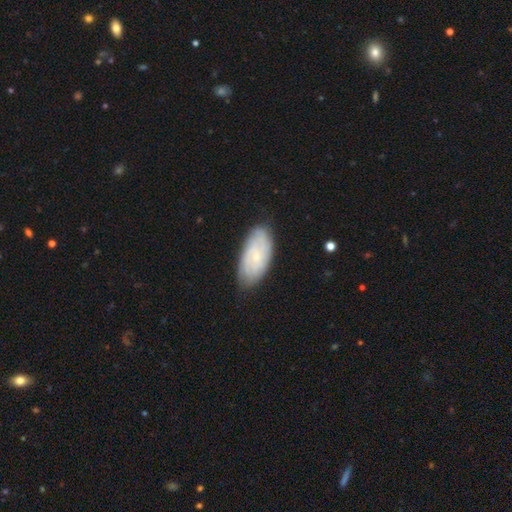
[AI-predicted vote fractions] featured or disk 51%, smooth 42%, star or artifact 7%. Down the decision tree: edge-on disk — no (91%); merging — none (80%).